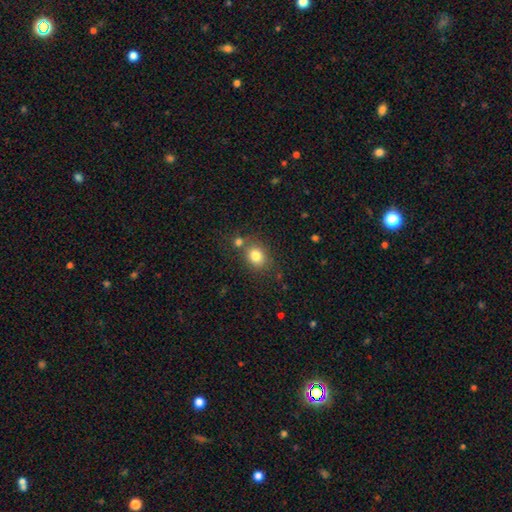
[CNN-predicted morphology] The model was most divided on "how rounded": round: 53%, in between: 46%, cigar-shaped: 1%. More confident: smooth or featured — smooth (80%); merging — none (66%).